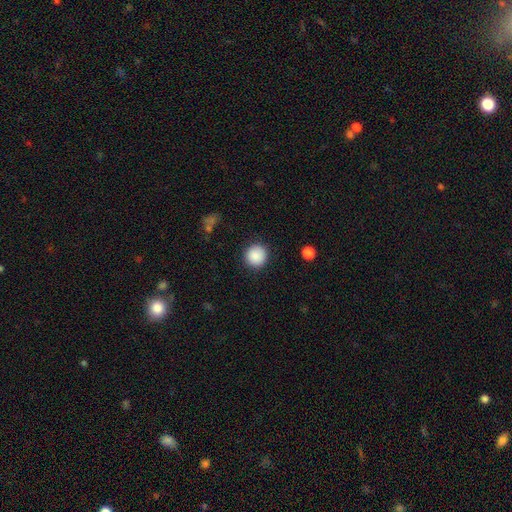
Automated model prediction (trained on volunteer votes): Overall: smooth (89%). How rounded: round (94%). Merging: none (90%).